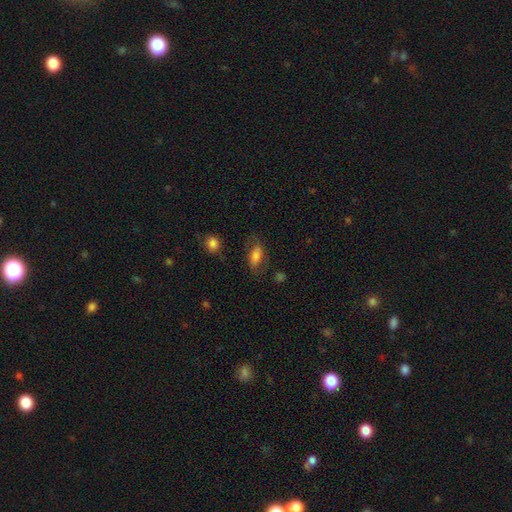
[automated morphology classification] smooth 69%, featured or disk 22%, star or artifact 9%. Down the decision tree: how rounded — in between (86%); merging — none (64%).